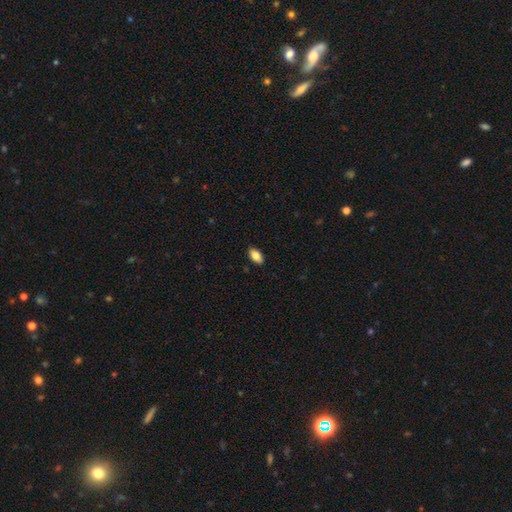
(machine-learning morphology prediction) Smooth or featured: smooth — 84% (featured or disk — 9%)
How rounded: in between — 93% (round — 4%)
Merging: none — 89% (minor disturbance — 8%)